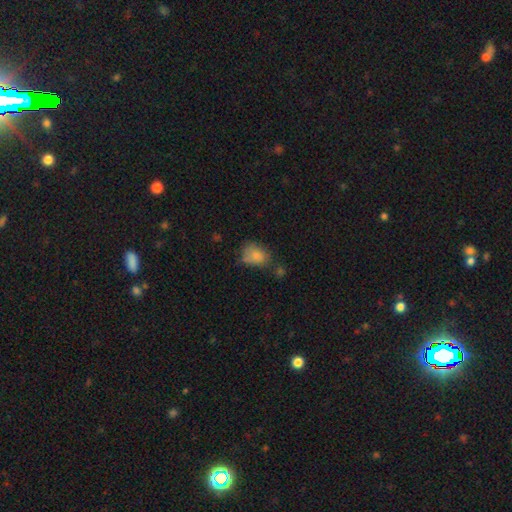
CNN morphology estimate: This is clearly a smooth galaxy (80%). How rounded: likely in between (70%). Merging: possibly none (47%).